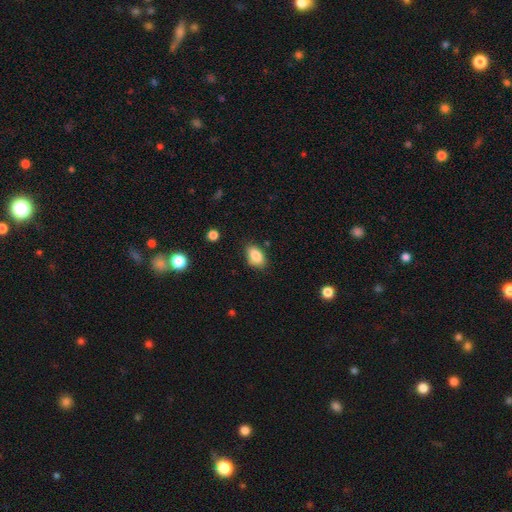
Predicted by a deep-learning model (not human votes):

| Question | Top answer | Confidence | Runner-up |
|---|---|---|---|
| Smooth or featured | smooth | 86% | star or artifact (8%) |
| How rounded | in between | 90% | round (8%) |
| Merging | none | 80% | minor disturbance (16%) |